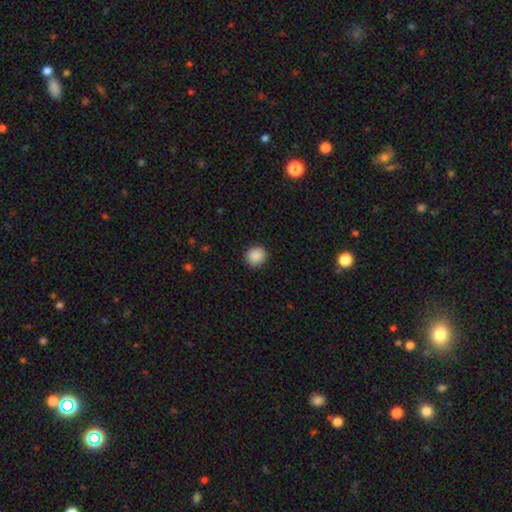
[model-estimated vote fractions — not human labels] The model was most divided on "how rounded": round: 87%, in between: 12%, cigar-shaped: 1%. More confident: merging — none (90%); smooth or featured — smooth (89%).